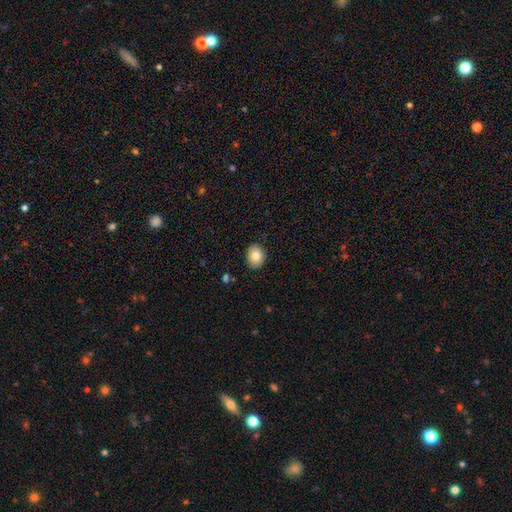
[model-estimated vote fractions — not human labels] Smooth or featured? smooth (83%)
How rounded? in between (59%)
Merging? none (88%)